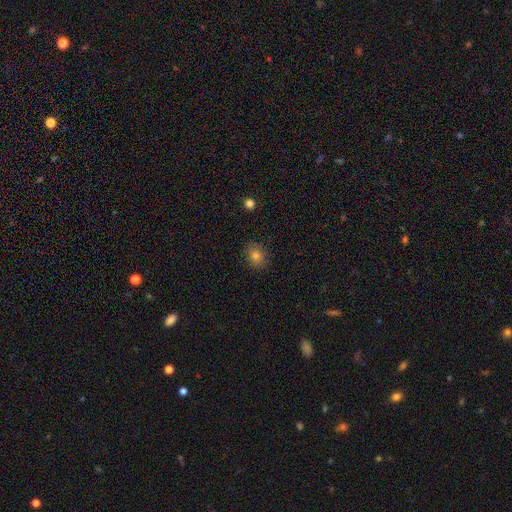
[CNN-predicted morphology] type=smooth (76%); roundness=round (52%); merging=none (84%).